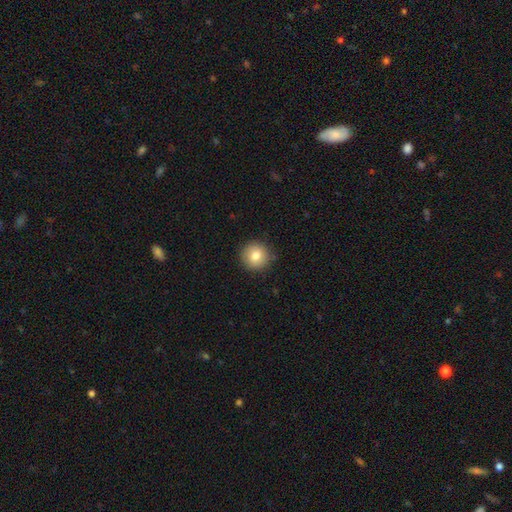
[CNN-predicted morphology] smooth-or-featured: smooth: 81% | featured or disk: 10% | star or artifact: 9%
  how-rounded: round: 94% | in between: 5% | cigar-shaped: 1%
  merging: none: 88% | minor disturbance: 9% | major disturbance: 2% | merger: 1%